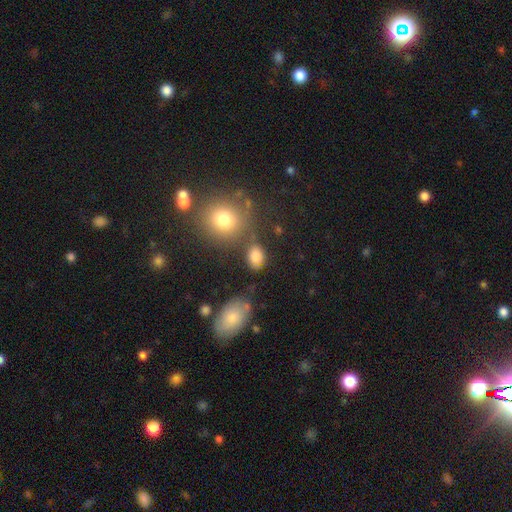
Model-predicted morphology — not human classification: Smooth or featured?
  - smooth: 80% *
  - star or artifact: 12%
  - featured or disk: 8%
How rounded?
  - in between: 65% *
  - round: 34%
  - cigar-shaped: 2%
Merging?
  - none: 66% *
  - minor disturbance: 17%
  - merger: 11%
  - major disturbance: 7%